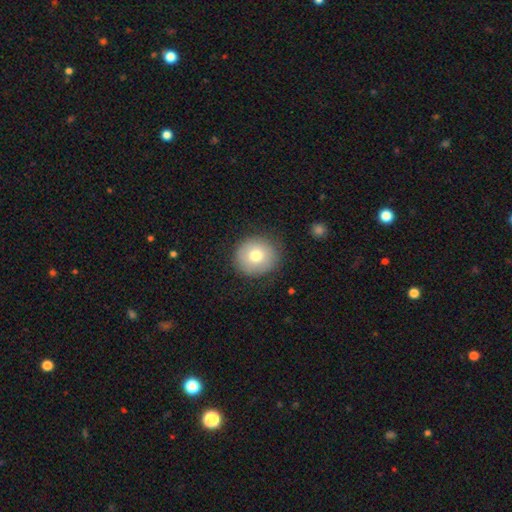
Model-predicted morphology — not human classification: This appears to be a smooth galaxy with no disk features (75%) that is round (88%). Merging: none (83%).